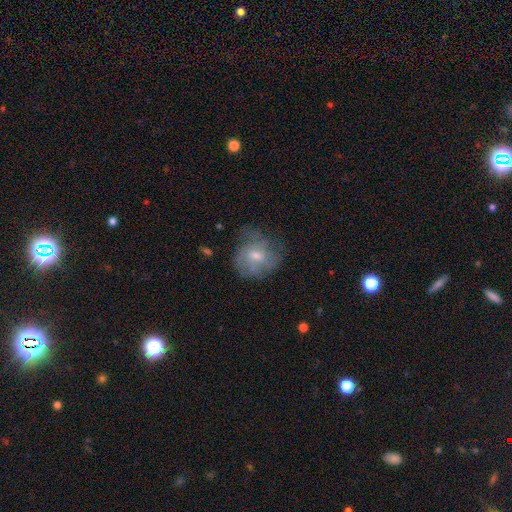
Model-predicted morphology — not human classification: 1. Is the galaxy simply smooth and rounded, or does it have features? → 47% featured or disk, 43% smooth, 10% star or artifact.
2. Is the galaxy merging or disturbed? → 56% none, 26% minor disturbance, 16% major disturbance, 2% merger.